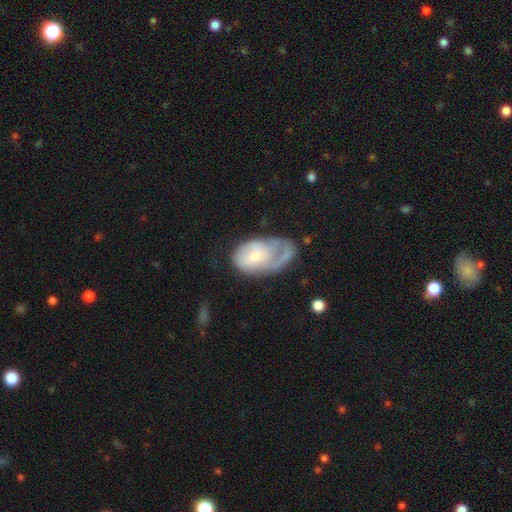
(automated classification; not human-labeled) smooth-or-featured: featured or disk: 52% | smooth: 41% | star or artifact: 6%
  disk-edge-on: no: 96% | yes: 4%
    bar: no: 77% | weak: 20% | strong: 3%
    has-spiral-arms: yes: 60% | no: 40%
    bulge-size: small: 53% | moderate: 38% | none: 4% | large: 4% | dominant: 1%
  merging: major disturbance: 40% | minor disturbance: 28% | none: 27% | merger: 4%